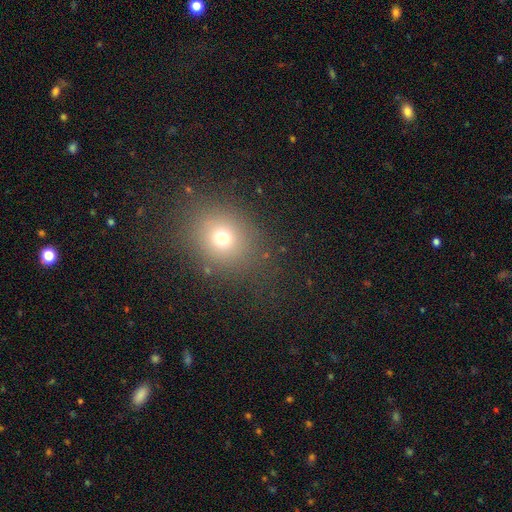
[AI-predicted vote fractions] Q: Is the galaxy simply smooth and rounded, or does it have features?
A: smooth — 64%.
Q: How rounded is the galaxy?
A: round — 61%.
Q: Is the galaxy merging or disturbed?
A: none — 87%.